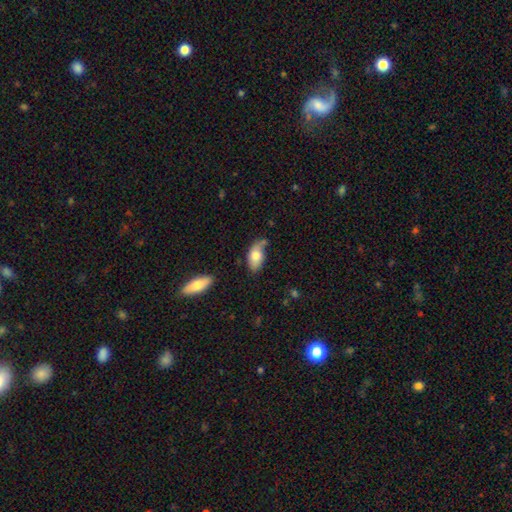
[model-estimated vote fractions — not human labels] Smooth or featured?
  - smooth: 74% *
  - featured or disk: 19%
  - star or artifact: 7%
How rounded?
  - in between: 92% *
  - round: 5%
  - cigar-shaped: 4%
Merging?
  - none: 43% *
  - minor disturbance: 35%
  - major disturbance: 14%
  - merger: 9%